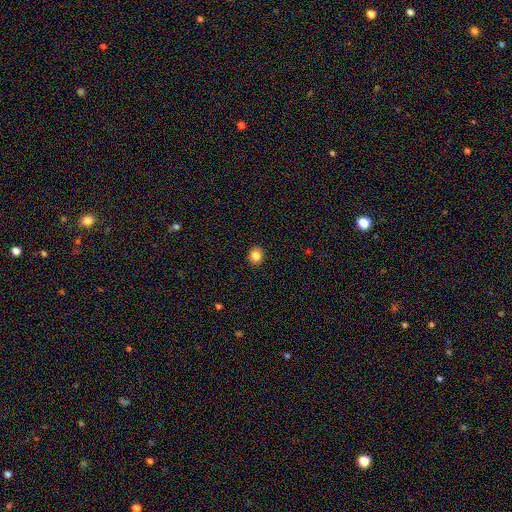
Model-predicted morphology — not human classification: smooth 84%, star or artifact 11%, featured or disk 5%. Down the decision tree: how rounded — round (81%); merging — none (92%).